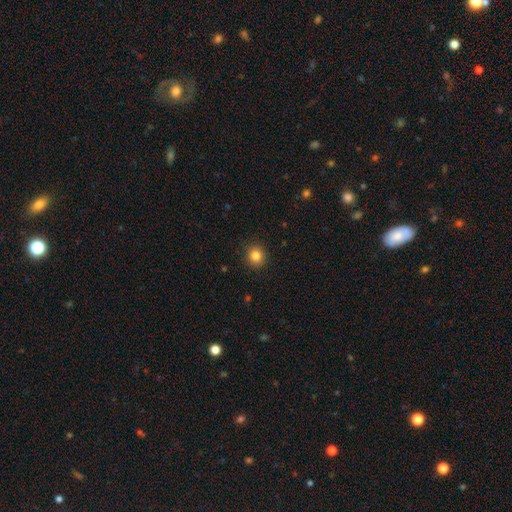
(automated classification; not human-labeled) This is clearly a smooth galaxy (84%). How rounded: clearly round (90%). Merging: clearly none (91%).